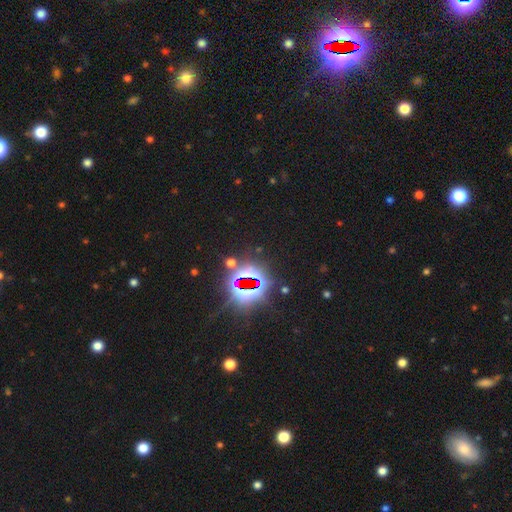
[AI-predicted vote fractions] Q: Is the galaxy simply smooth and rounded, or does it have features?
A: star or artifact — 82%.